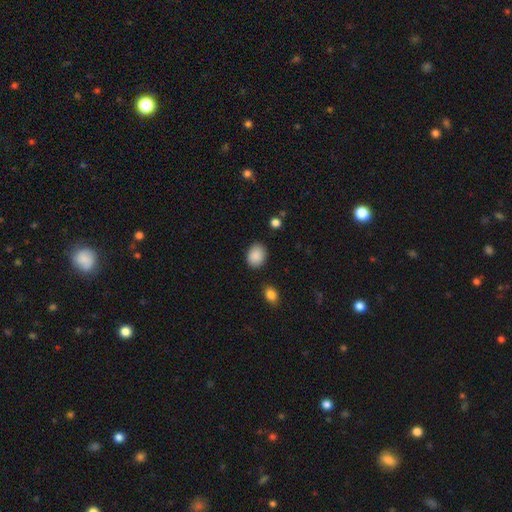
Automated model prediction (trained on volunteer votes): Smooth or featured? smooth (89%)
How rounded? in between (55%)
Merging? none (85%)